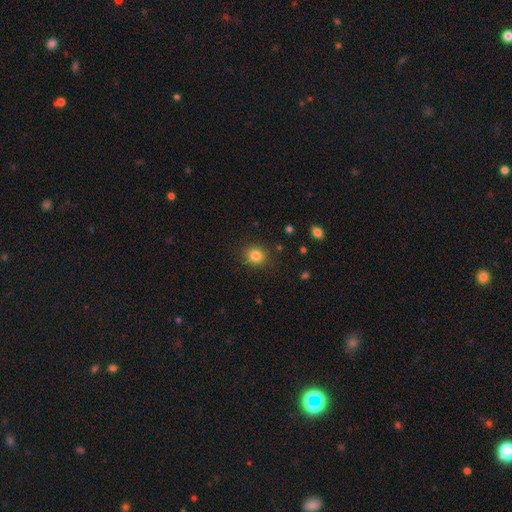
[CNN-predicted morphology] Q: Smooth or featured?
A: smooth (83%); runner-up: star or artifact (12%)
Q: How rounded?
A: round (80%); runner-up: in between (19%)
Q: Merging?
A: none (89%); runner-up: minor disturbance (7%)